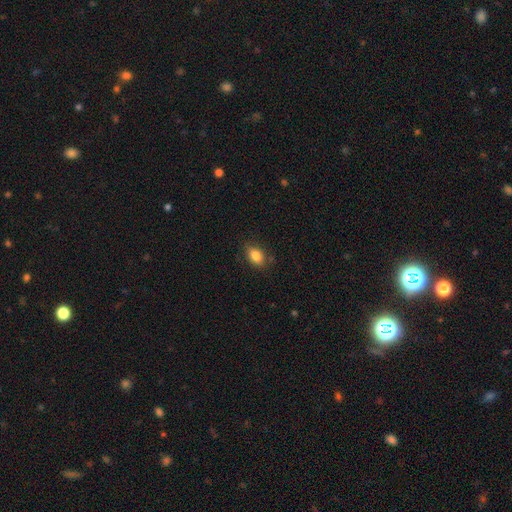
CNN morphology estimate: A smooth galaxy with no disk features (85%) that is in between round and cigar-shaped (84%).

Vote fractions:
- Smooth or featured? smooth: 85% / star or artifact: 8% / featured or disk: 6%
- How rounded? in between: 84% / round: 14% / cigar-shaped: 2%
- Merging? none: 82% / minor disturbance: 14% / major disturbance: 3% / merger: 1%